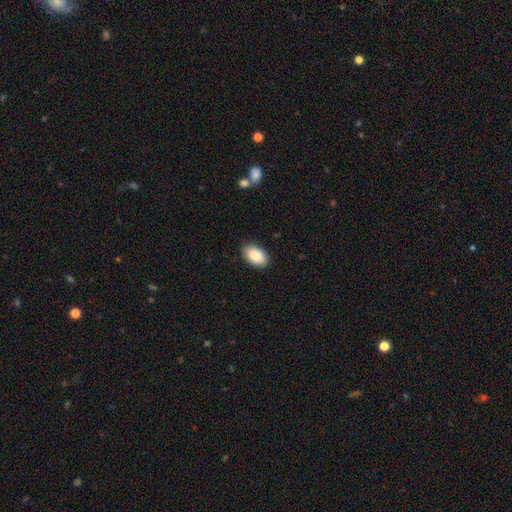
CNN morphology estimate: A smooth galaxy with no disk features (86%) that is in between round and cigar-shaped (94%). Merging: none (89%).